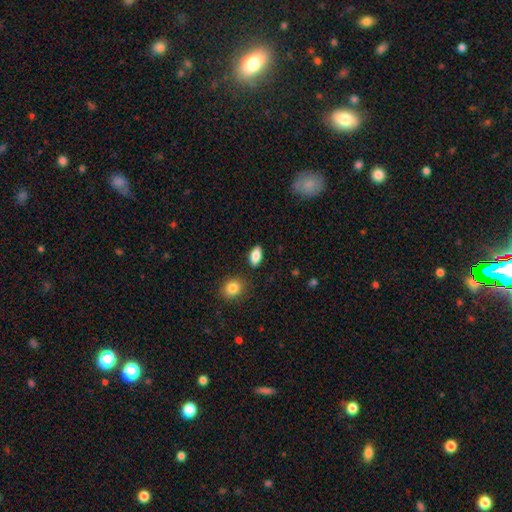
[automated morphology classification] The model was most divided on "smooth or featured": smooth: 84%, featured or disk: 9%, star or artifact: 7%. More confident: how rounded — in between (89%); merging — none (86%).